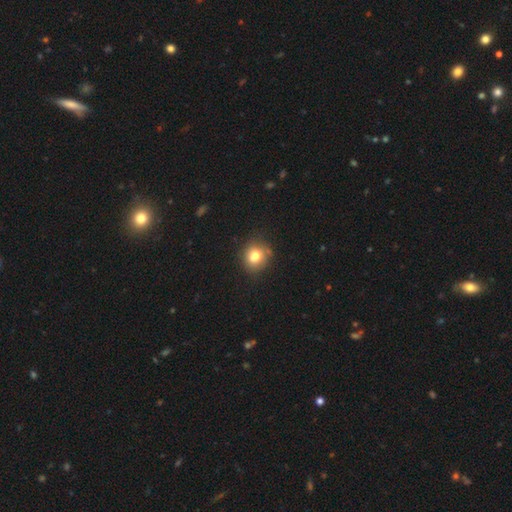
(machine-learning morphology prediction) This appears to be a smooth galaxy with no disk features (78%) that is round (75%). Merging: none (77%).